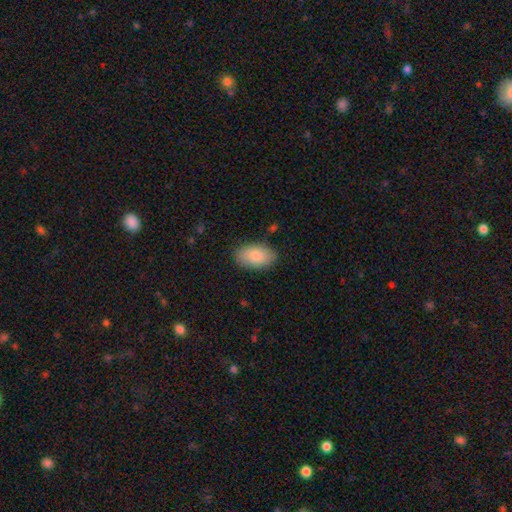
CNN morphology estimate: This appears to be a smooth galaxy with no disk features (83%) that is in between round and cigar-shaped (93%). Merging: none (85%).